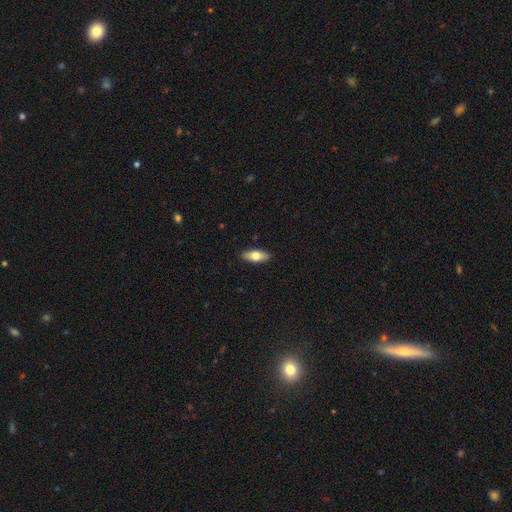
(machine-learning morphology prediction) Smooth or featured? Predicted: smooth (p=0.71). How rounded? Predicted: in between (p=0.76). Merging? Predicted: none (p=0.90).